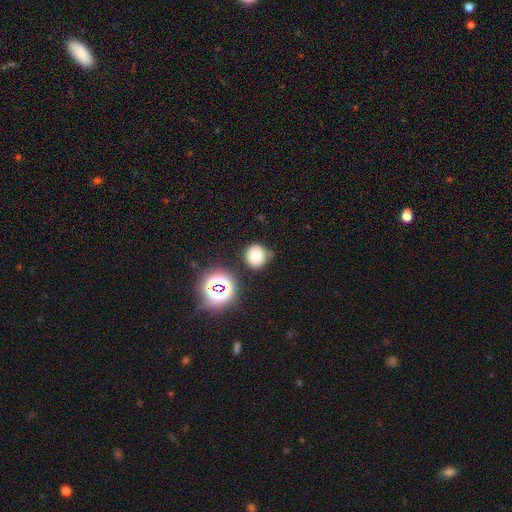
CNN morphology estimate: A smooth galaxy with no disk features (71%) that is round (90%).

Vote fractions:
- Smooth or featured? smooth: 71% / star or artifact: 19% / featured or disk: 10%
- How rounded? round: 90% / in between: 9% / cigar-shaped: 1%
- Merging? none: 77% / minor disturbance: 14% / merger: 5% / major disturbance: 4%